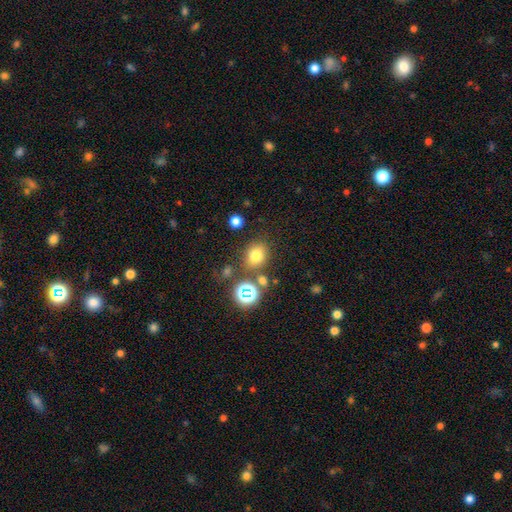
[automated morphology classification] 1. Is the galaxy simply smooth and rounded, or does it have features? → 72% smooth, 20% star or artifact, 8% featured or disk.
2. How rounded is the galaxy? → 62% round, 37% in between, 1% cigar-shaped.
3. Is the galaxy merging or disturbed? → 74% none, 12% minor disturbance, 10% merger, 4% major disturbance.